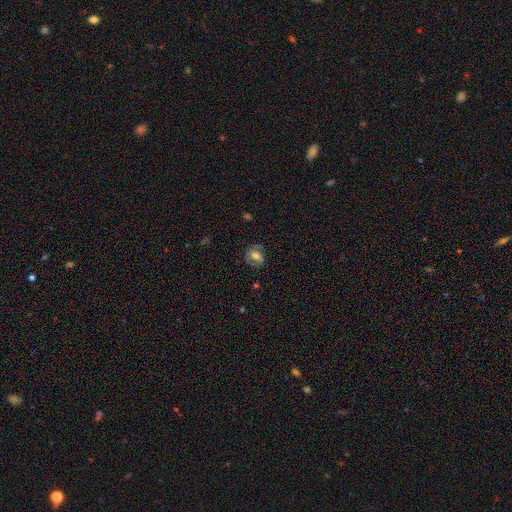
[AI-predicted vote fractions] Smooth or featured? Predicted: smooth (p=0.54). How rounded? Predicted: round (p=0.51). Merging? Predicted: none (p=0.68).